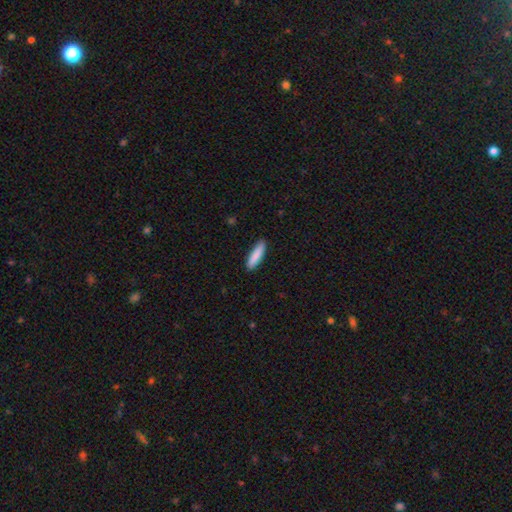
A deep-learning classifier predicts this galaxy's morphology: Q: Smooth or featured?
A: smooth (87%); runner-up: featured or disk (7%)
Q: How rounded?
A: cigar-shaped (74%); runner-up: in between (24%)
Q: Merging?
A: none (88%); runner-up: minor disturbance (9%)